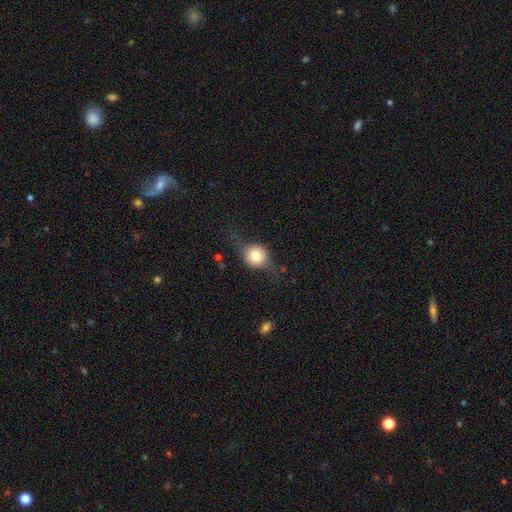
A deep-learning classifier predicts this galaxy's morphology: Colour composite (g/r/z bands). It shows a smooth galaxy with no disk features (57%) that is round (85%). Merging: none (63%).